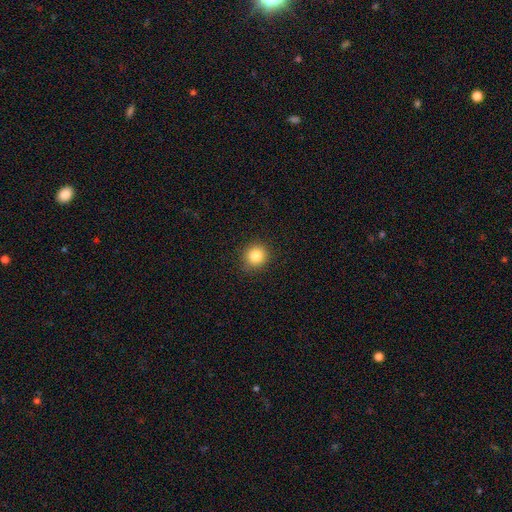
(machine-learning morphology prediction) Smooth or featured? Predicted: smooth (p=0.83). How rounded? Predicted: round (p=0.91). Merging? Predicted: none (p=0.89).